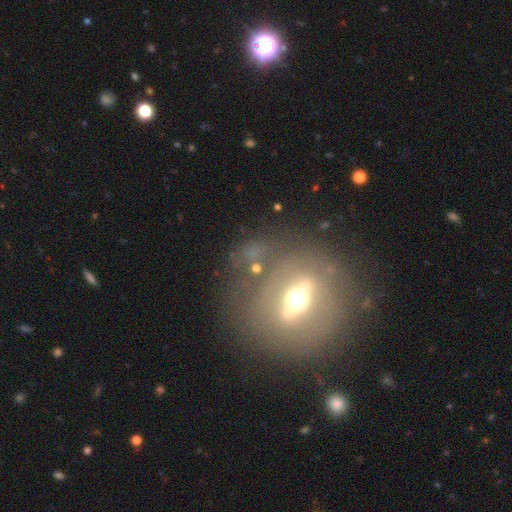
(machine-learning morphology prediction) Smooth or featured? Predicted: featured or disk (p=0.67). Edge-on disk? Predicted: no (p=0.64). Merging? Predicted: none (p=0.72).